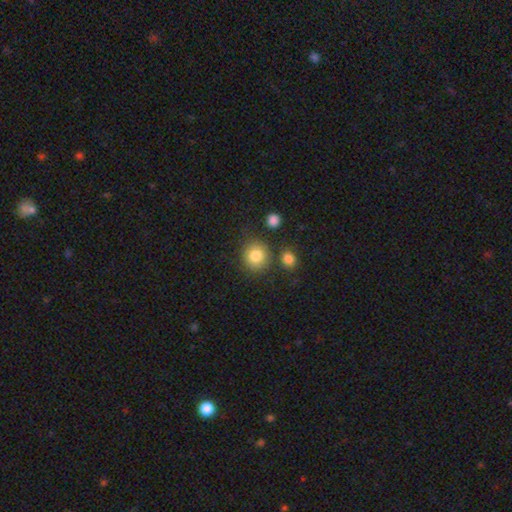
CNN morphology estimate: A smooth galaxy with no disk features (84%) that is round (86%). Merging: none (78%).